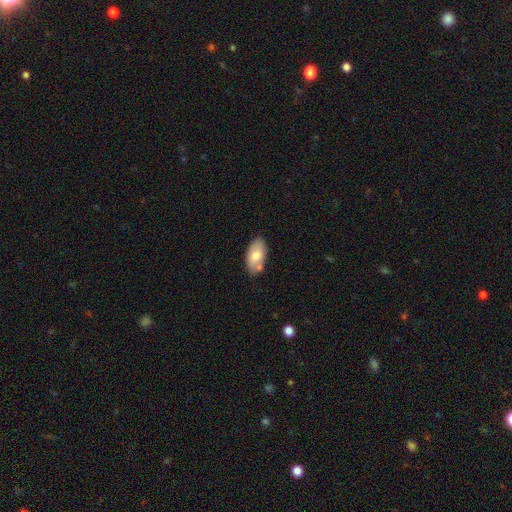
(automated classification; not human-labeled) smooth_or_featured: smooth (p=0.71) [alt: featured or disk p=0.22]
how_rounded: in between (p=0.94) [alt: round p=0.03]
merging: none (p=0.70) [alt: minor disturbance p=0.16]